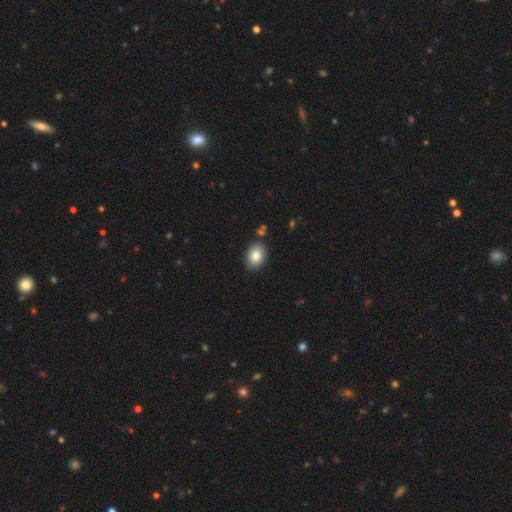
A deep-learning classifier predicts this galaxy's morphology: Smooth or featured? Predicted: smooth (p=0.84). How rounded? Predicted: in between (p=0.67). Merging? Predicted: none (p=0.85).